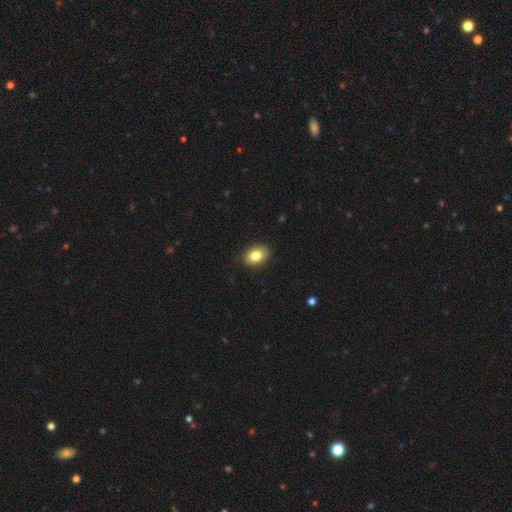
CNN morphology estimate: This is clearly a smooth galaxy (83%). How rounded: likely in between (80%). Merging: clearly none (88%).